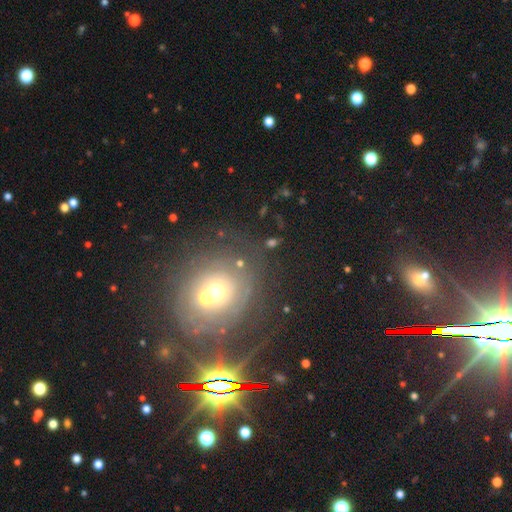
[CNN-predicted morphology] This is possibly a star or artifact rather than a galaxy (46%).